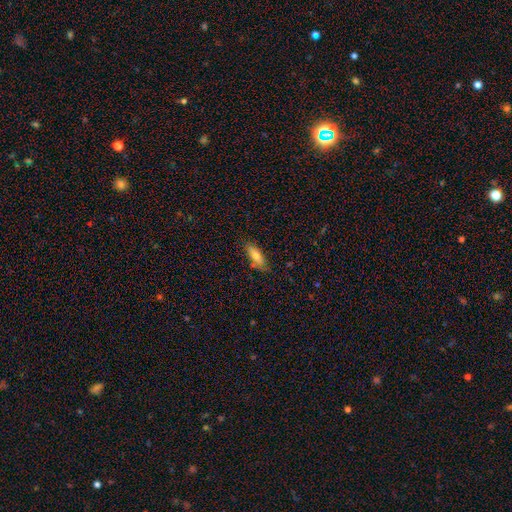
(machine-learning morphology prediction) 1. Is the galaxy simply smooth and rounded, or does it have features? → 71% smooth, 21% featured or disk, 8% star or artifact.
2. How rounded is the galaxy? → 65% in between, 33% cigar-shaped, 2% round.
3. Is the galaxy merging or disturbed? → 76% none, 17% minor disturbance, 3% major disturbance, 3% merger.